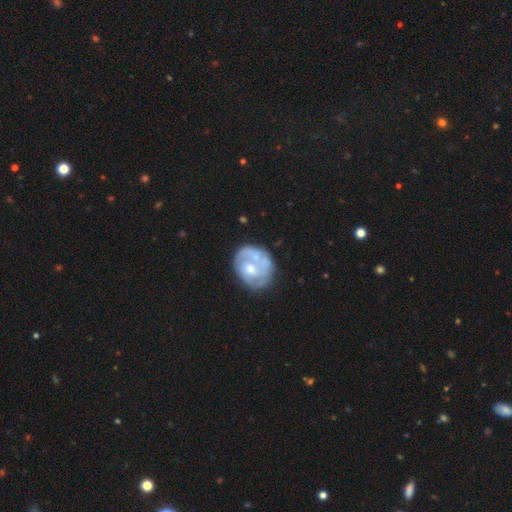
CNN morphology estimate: Smooth or featured? featured or disk (63%)
Edge-on disk? no (98%)
Bar? no (76%)
Spiral arms? yes (56%)
Bulge size? moderate (51%)
Merging? none (54%)